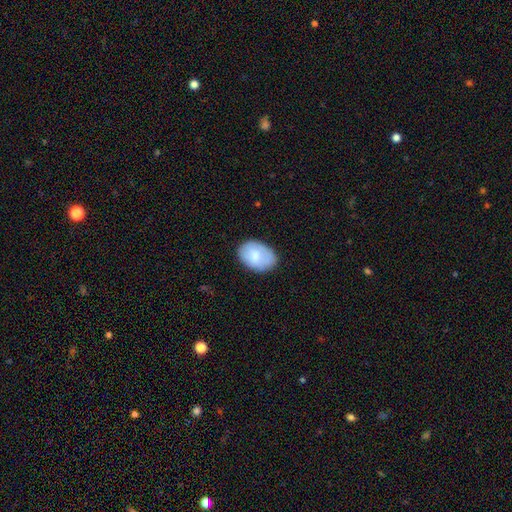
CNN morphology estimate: Q: Smooth or featured?
A: smooth (78%); runner-up: featured or disk (15%)
Q: How rounded?
A: in between (84%); runner-up: round (15%)
Q: Merging?
A: none (75%); runner-up: minor disturbance (19%)